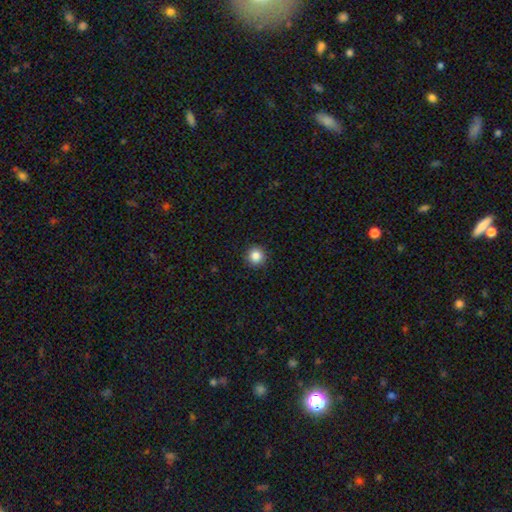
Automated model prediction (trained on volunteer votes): Smooth or featured: smooth — 85% (star or artifact — 10%)
How rounded: round — 95% (in between — 4%)
Merging: none — 92% (minor disturbance — 5%)